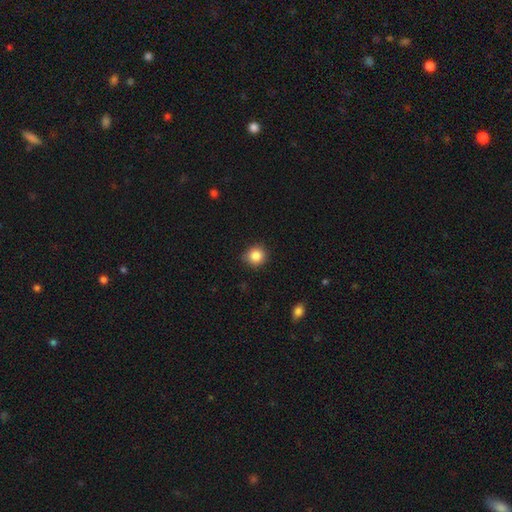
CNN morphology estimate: smooth-or-featured: smooth: 85% | star or artifact: 10% | featured or disk: 5%
  how-rounded: round: 91% | in between: 8% | cigar-shaped: 1%
  merging: none: 87% | minor disturbance: 10% | major disturbance: 2% | merger: 1%